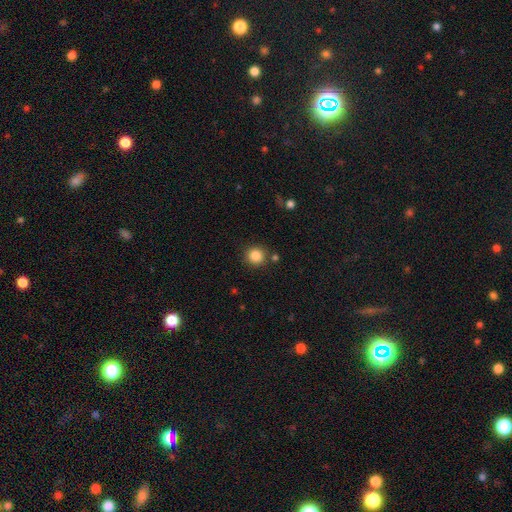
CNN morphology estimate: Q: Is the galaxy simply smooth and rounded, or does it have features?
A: smooth — 85%.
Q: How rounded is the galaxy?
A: round — 92%.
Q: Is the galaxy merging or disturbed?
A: none — 85%.